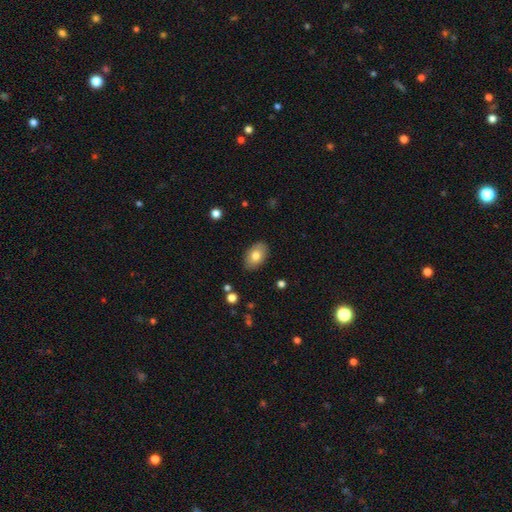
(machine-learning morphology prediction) This is likely a smooth galaxy (76%). How rounded: clearly in between (90%). Merging: clearly none (87%).